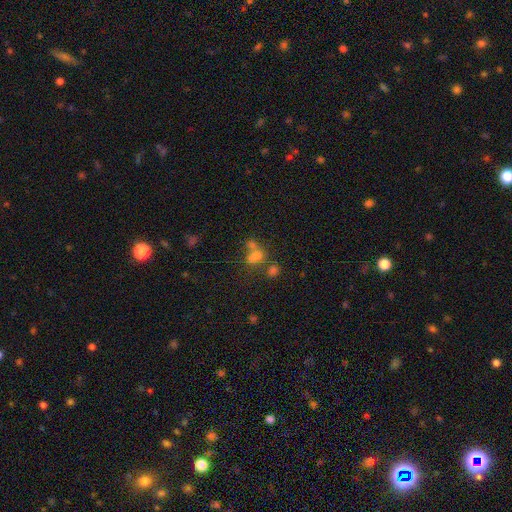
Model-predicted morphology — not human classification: This appears to be a smooth galaxy with no disk features (58%) that is round (50%). Merging: merger (52%).